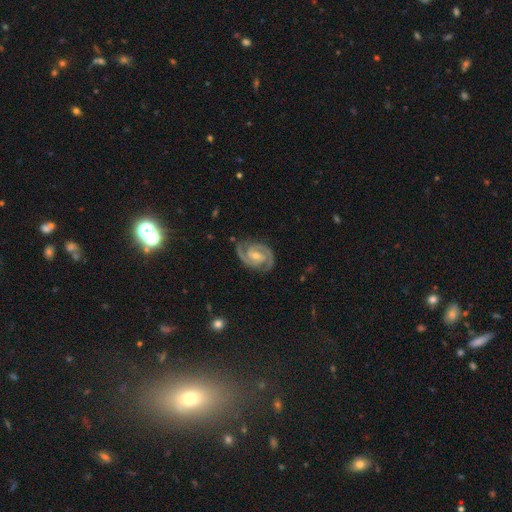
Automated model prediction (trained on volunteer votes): smooth-or-featured: featured or disk: 92% | star or artifact: 5% | smooth: 3%
  disk-edge-on: no: 98% | yes: 2%
    bar: weak: 44% | no: 38% | strong: 18%
    has-spiral-arms: yes: 99% | no: 1%
      spiral-winding: tight: 54% | medium: 41% | loose: 5%
      spiral-arm-count: 2: 92% | 3: 3% | can't tell: 2% | 1: 1% | 4: 1% | more than 4: 1%
    bulge-size: small: 49% | moderate: 47% | none: 2% | large: 2% | dominant: 1%
  merging: none: 84% | minor disturbance: 12% | major disturbance: 3% | merger: 1%